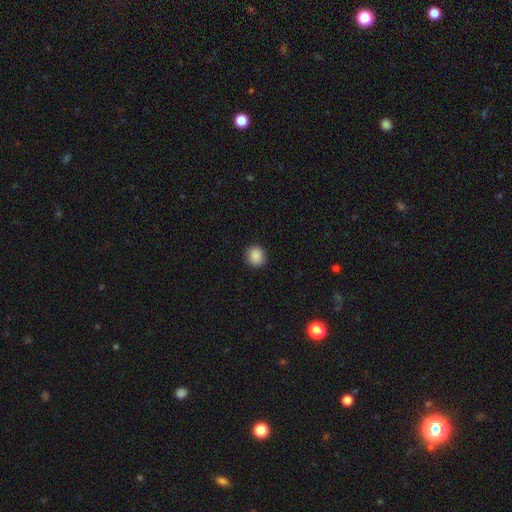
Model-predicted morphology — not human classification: A smooth galaxy with no disk features (88%) that is round (89%).

Vote fractions:
- Smooth or featured? smooth: 88% / star or artifact: 9% / featured or disk: 3%
- How rounded? round: 89% / in between: 10% / cigar-shaped: 1%
- Merging? none: 91% / minor disturbance: 6% / major disturbance: 2% / merger: 1%